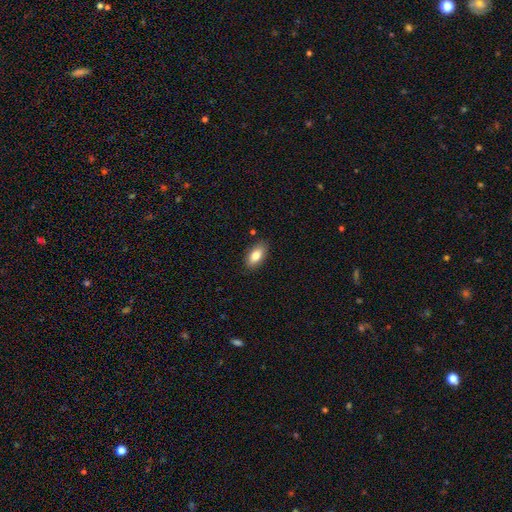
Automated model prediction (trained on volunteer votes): Smooth or featured? Predicted: smooth (p=0.81). How rounded? Predicted: in between (p=0.90). Merging? Predicted: none (p=0.86).